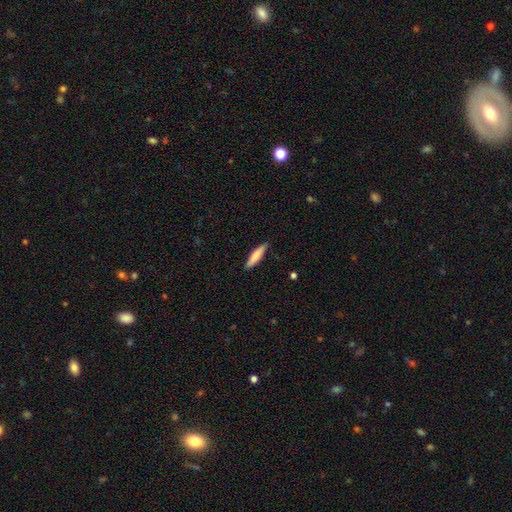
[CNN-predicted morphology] Q: Smooth or featured?
A: smooth (76%); runner-up: featured or disk (19%)
Q: How rounded?
A: cigar-shaped (83%); runner-up: in between (15%)
Q: Merging?
A: none (86%); runner-up: minor disturbance (11%)